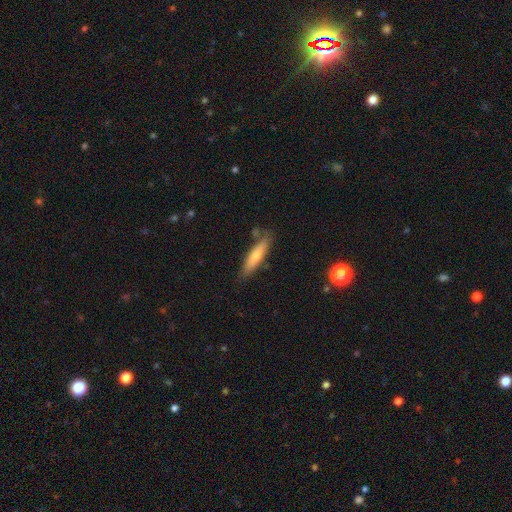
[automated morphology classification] This appears to be a smooth galaxy with no disk features (59%) that is cigar-shaped (81%). Merging: none (79%).